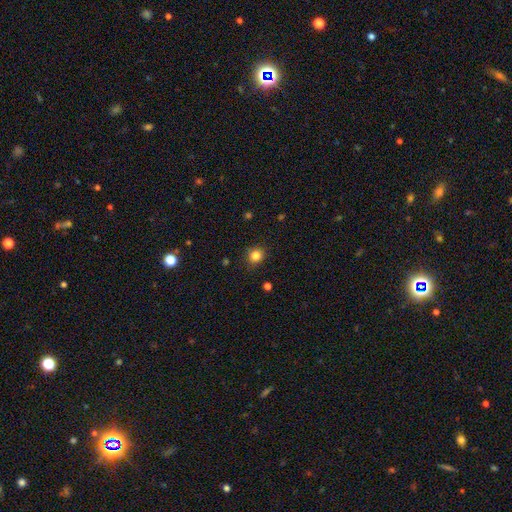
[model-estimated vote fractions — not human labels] Smooth or featured? smooth (83%)
How rounded? round (82%)
Merging? none (87%)